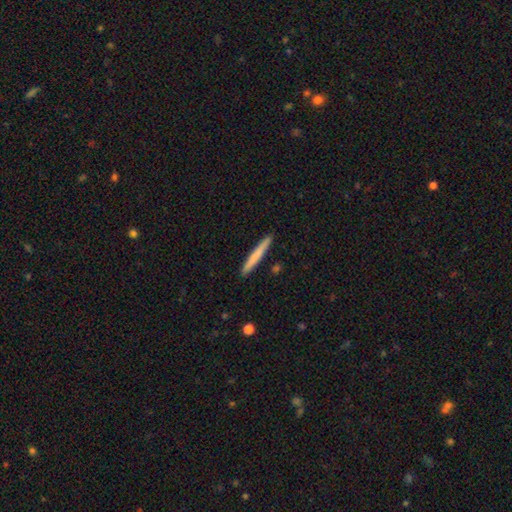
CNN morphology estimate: Smooth or featured? smooth (72%)
How rounded? cigar-shaped (97%)
Merging? none (91%)